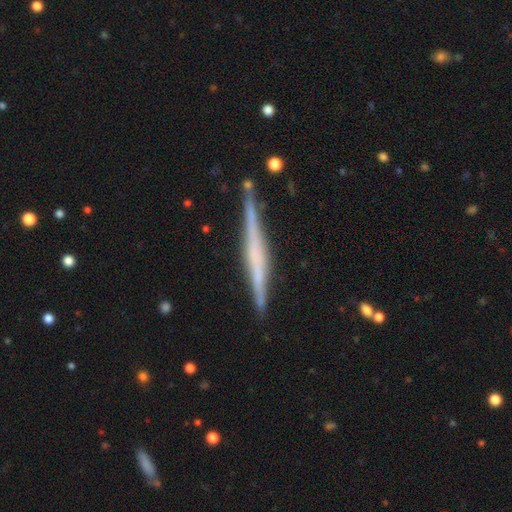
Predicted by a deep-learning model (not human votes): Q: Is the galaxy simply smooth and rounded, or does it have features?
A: featured or disk — 70%.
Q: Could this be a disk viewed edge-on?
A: yes — 98%.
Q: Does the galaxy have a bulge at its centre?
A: none — 53%.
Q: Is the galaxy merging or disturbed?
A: none — 87%.